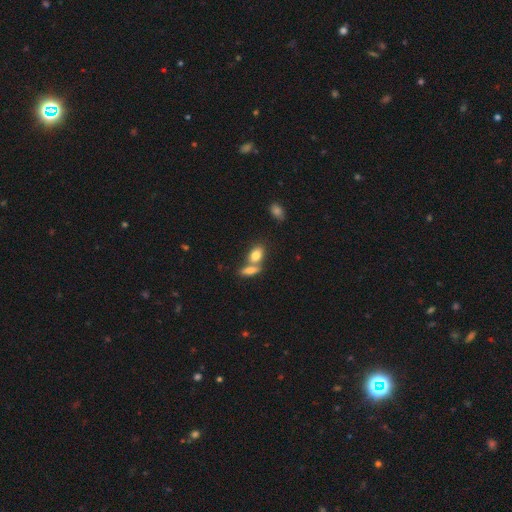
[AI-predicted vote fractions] A smooth galaxy with no disk features (80%) that is in between round and cigar-shaped (84%).

Vote fractions:
- Smooth or featured? smooth: 80% / featured or disk: 12% / star or artifact: 8%
- How rounded? in between: 84% / round: 10% / cigar-shaped: 6%
- Merging? merger: 48% / none: 40% / minor disturbance: 9% / major disturbance: 3%